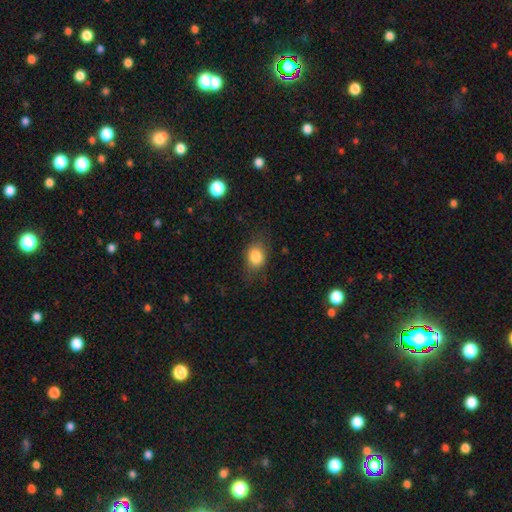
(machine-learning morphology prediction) A smooth galaxy with no disk features (82%) that is in between round and cigar-shaped (56%). Merging: none (71%).